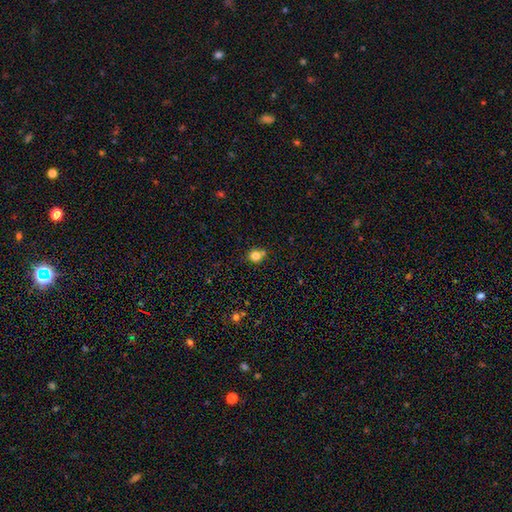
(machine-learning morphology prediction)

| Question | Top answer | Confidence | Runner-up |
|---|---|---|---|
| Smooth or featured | smooth | 80% | star or artifact (13%) |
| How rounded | round | 85% | in between (14%) |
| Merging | none | 65% | merger (18%) |